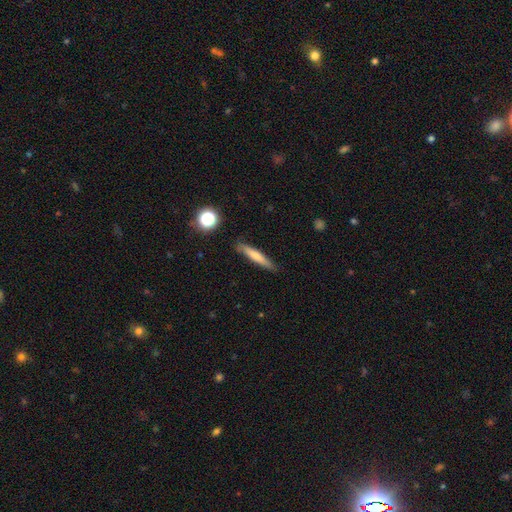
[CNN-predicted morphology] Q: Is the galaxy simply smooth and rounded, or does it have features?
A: smooth — 63%.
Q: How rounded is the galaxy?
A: cigar-shaped — 91%.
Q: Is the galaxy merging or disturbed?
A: none — 85%.